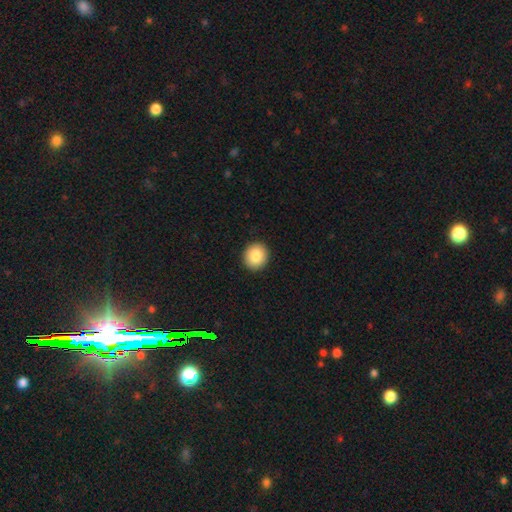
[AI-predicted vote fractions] A smooth galaxy with no disk features (85%) that is round (88%).

Vote fractions:
- Smooth or featured? smooth: 85% / star or artifact: 8% / featured or disk: 7%
- How rounded? round: 88% / in between: 11% / cigar-shaped: 1%
- Merging? none: 93% / minor disturbance: 5% / major disturbance: 1% / merger: 1%